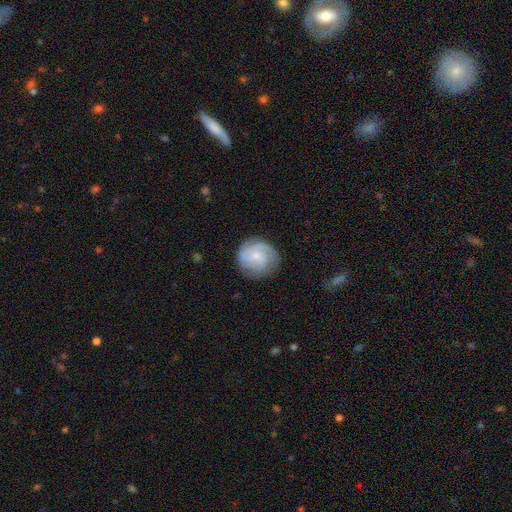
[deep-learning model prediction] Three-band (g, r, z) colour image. It shows a featured or disk galaxy (70%) with no bar (62%), 3 (34%) tight (49%) spiral arms (94%) and a small central bulge (69%). Merging: none (77%).